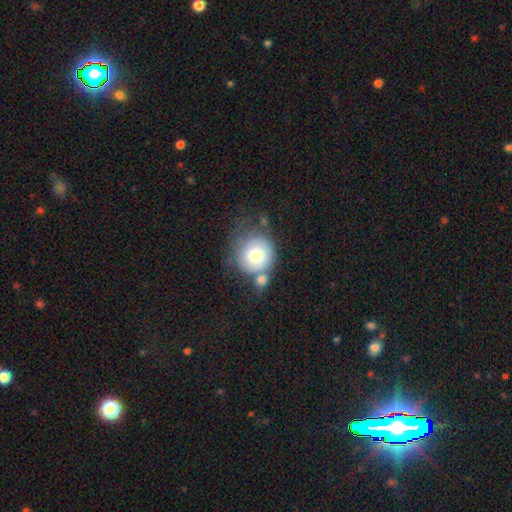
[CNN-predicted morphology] This is likely a smooth galaxy (69%). How rounded: clearly round (90%). Merging: marginally none (43%).